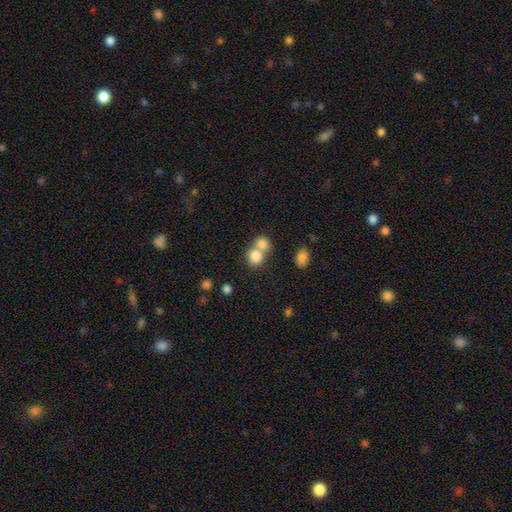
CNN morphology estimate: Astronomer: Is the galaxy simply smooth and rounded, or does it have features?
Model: smooth — 81%.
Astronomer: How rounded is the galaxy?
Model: round — 78%.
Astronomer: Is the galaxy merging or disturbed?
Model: merger — 54% (runner-up: none, 37%).